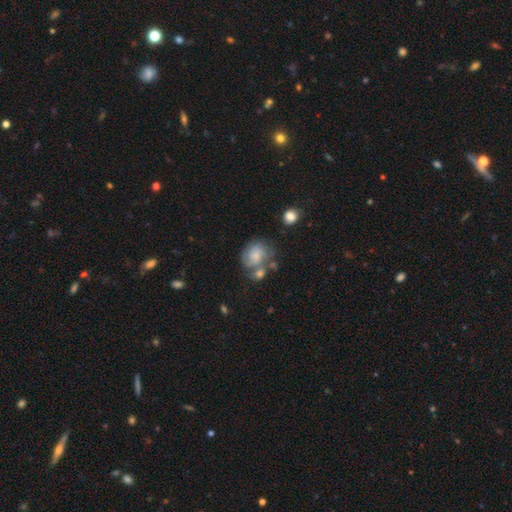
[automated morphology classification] Q: Smooth or featured?
A: smooth (47%); runner-up: featured or disk (44%)
Q: Merging?
A: none (44%); runner-up: merger (23%)